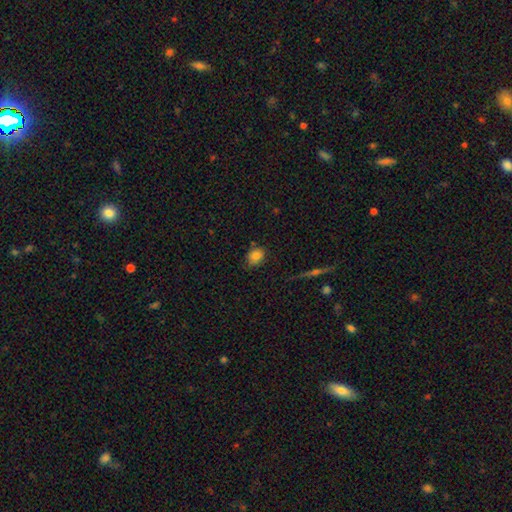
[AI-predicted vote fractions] smooth-or-featured: smooth: 82% | star or artifact: 10% | featured or disk: 8%
  how-rounded: in between: 58% | round: 40% | cigar-shaped: 1%
  merging: none: 73% | minor disturbance: 20% | major disturbance: 4% | merger: 4%